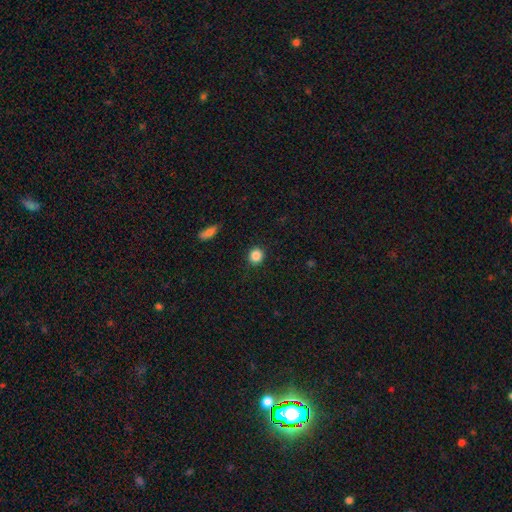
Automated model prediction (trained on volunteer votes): Q: Smooth or featured?
A: smooth (86%); runner-up: star or artifact (10%)
Q: How rounded?
A: round (89%); runner-up: in between (10%)
Q: Merging?
A: none (91%); runner-up: minor disturbance (6%)